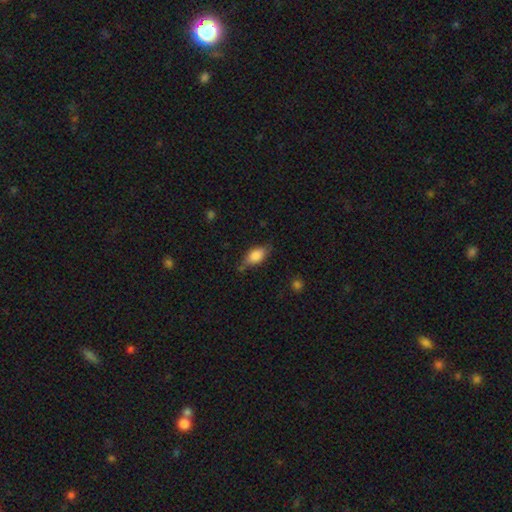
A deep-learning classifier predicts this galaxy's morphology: A smooth galaxy with no disk features (81%) that is in between round and cigar-shaped (88%).

Vote fractions:
- Smooth or featured? smooth: 81% / featured or disk: 12% / star or artifact: 7%
- How rounded? in between: 88% / cigar-shaped: 7% / round: 5%
- Merging? none: 67% / minor disturbance: 25% / major disturbance: 6% / merger: 3%